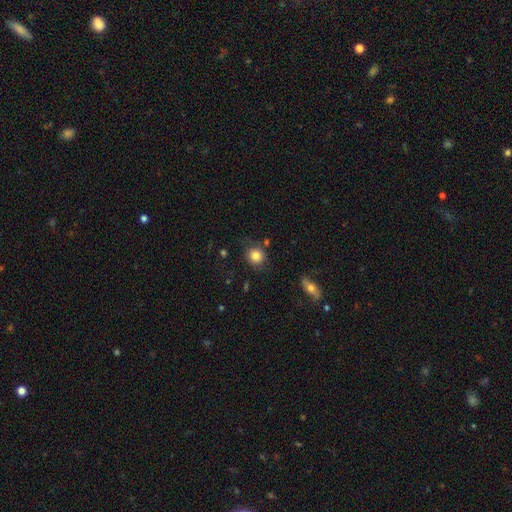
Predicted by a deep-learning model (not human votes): smooth_or_featured: smooth (p=0.82) [alt: star or artifact p=0.10]
how_rounded: round (p=0.83) [alt: in between p=0.16]
merging: none (p=0.74) [alt: minor disturbance p=0.17]